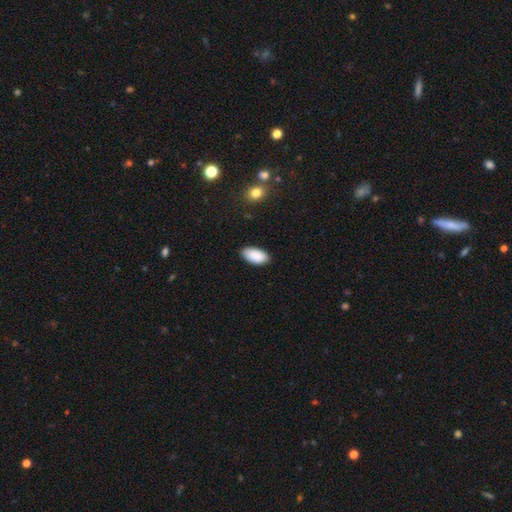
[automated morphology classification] smooth_or_featured: smooth (p=0.90) [alt: star or artifact p=0.06]
how_rounded: in between (p=0.95) [alt: cigar-shaped p=0.03]
merging: none (p=0.87) [alt: minor disturbance p=0.10]